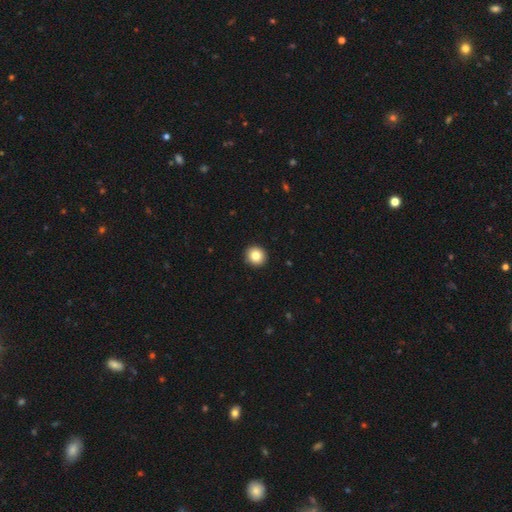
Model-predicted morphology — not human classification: smooth-or-featured: smooth: 84% | star or artifact: 9% | featured or disk: 7%
  how-rounded: round: 93% | in between: 6% | cigar-shaped: 1%
  merging: none: 93% | minor disturbance: 4% | major disturbance: 1% | merger: 1%